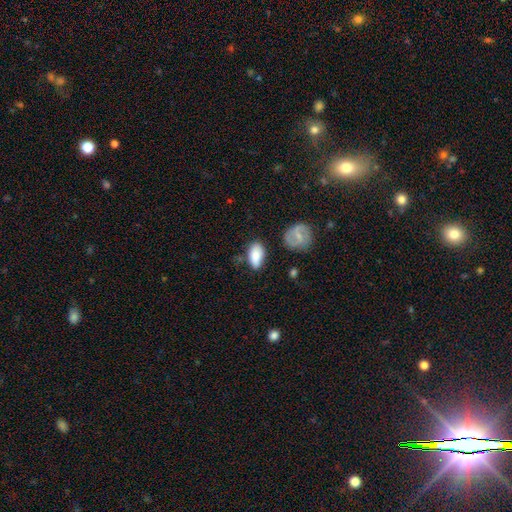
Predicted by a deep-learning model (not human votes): A smooth galaxy with no disk features (82%) that is in between round and cigar-shaped (92%).

Vote fractions:
- Smooth or featured? smooth: 82% / featured or disk: 12% / star or artifact: 7%
- How rounded? in between: 92% / round: 5% / cigar-shaped: 3%
- Merging? none: 67% / minor disturbance: 23% / major disturbance: 5% / merger: 5%